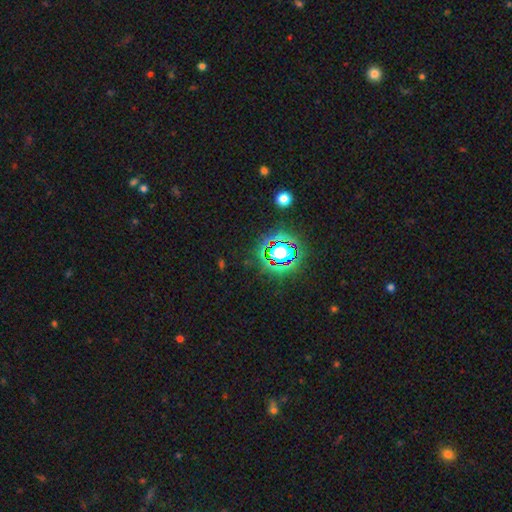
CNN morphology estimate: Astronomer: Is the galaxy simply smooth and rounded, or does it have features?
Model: star or artifact — 79%.